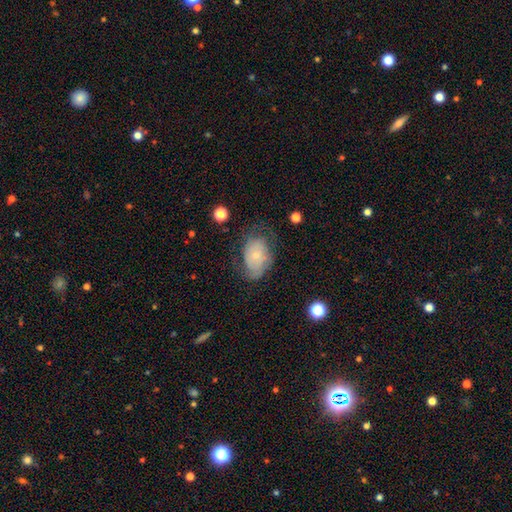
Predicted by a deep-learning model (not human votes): Morphology: type=smooth (46%, tied with featured or disk); merging=none (50%).